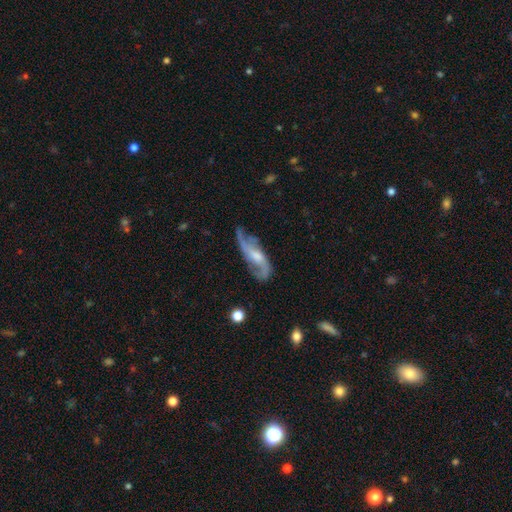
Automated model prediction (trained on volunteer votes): smooth_or_featured: featured or disk (p=0.79) [alt: smooth p=0.15]
disk_edge_on: no (p=0.88) [alt: yes p=0.12]
bar: weak (p=0.43) [alt: no p=0.42]
has_spiral_arms: yes (p=0.93) [alt: no p=0.07]
spiral_winding: loose (p=0.53) [alt: medium p=0.35]
spiral_arm_count: 2 (p=0.76) [alt: can't tell p=0.09]
bulge_size: moderate (p=0.50) [alt: small p=0.29]
merging: none (p=0.57) [alt: minor disturbance p=0.24]